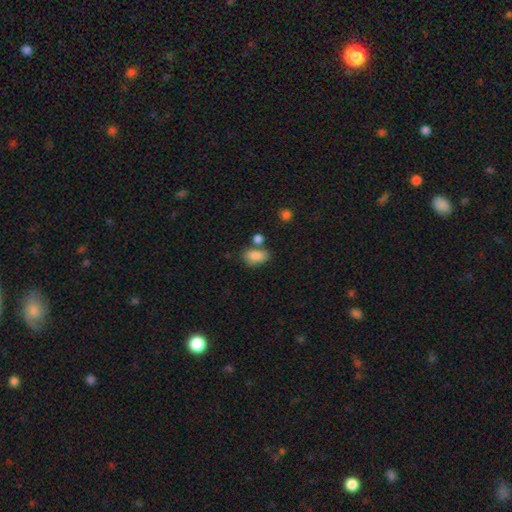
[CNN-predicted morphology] This is clearly a smooth galaxy (84%). How rounded: clearly in between (88%). Merging: possibly none (56%).